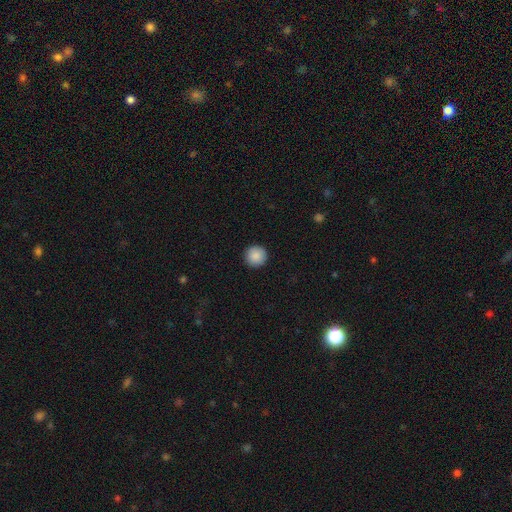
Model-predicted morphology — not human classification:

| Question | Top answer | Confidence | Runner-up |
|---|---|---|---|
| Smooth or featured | smooth | 89% | star or artifact (8%) |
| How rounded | round | 96% | in between (3%) |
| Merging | none | 93% | minor disturbance (5%) |